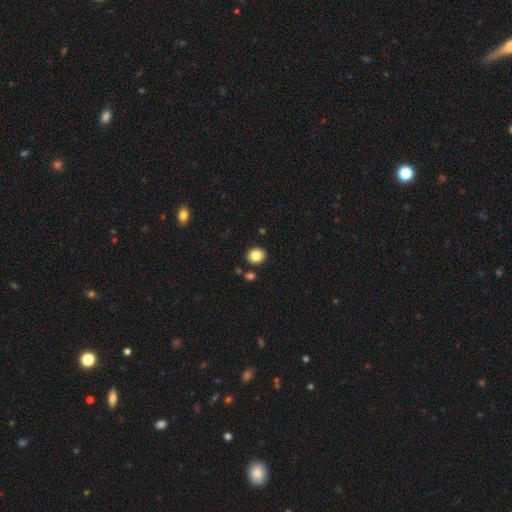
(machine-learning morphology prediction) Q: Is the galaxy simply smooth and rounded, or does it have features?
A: smooth — 85%.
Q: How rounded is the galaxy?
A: round — 72%.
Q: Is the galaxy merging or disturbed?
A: none — 88%.